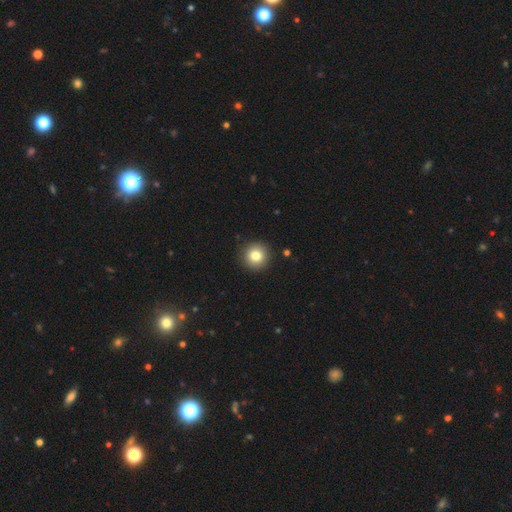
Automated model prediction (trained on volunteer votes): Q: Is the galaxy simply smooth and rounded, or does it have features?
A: smooth — 82%.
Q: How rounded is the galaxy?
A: round — 94%.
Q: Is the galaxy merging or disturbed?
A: none — 91%.